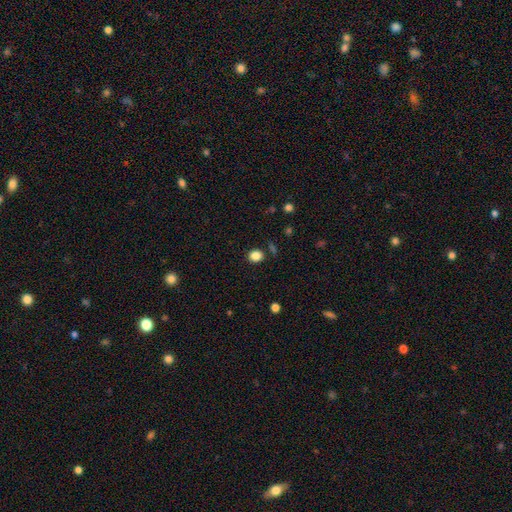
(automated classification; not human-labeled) Smooth or featured: smooth — 85% (star or artifact — 11%)
How rounded: round — 72% (in between — 27%)
Merging: none — 86% (minor disturbance — 8%)